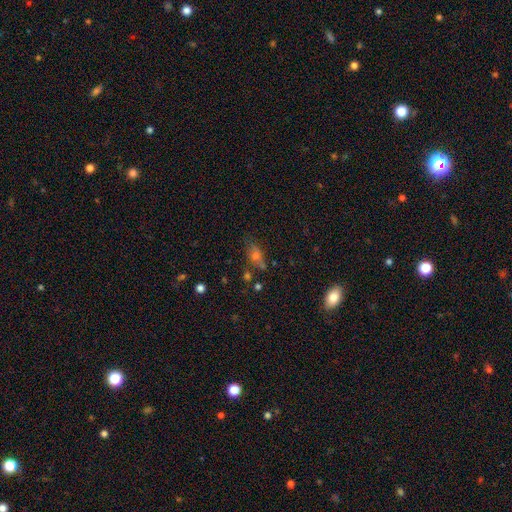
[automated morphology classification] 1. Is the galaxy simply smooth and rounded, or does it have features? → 53% smooth, 25% star or artifact, 22% featured or disk.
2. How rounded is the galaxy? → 70% in between, 18% round, 12% cigar-shaped.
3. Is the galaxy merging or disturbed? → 62% none, 20% minor disturbance, 10% merger, 8% major disturbance.